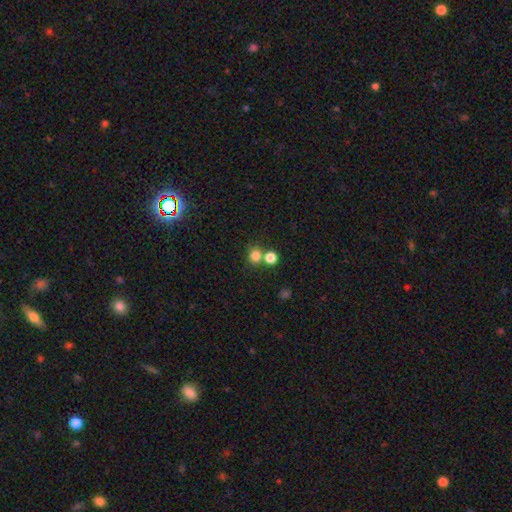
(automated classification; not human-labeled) smooth-or-featured: smooth: 79% | star or artifact: 15% | featured or disk: 6%
  how-rounded: round: 85% | in between: 14% | cigar-shaped: 1%
  merging: none: 60% | merger: 30% | minor disturbance: 7% | major disturbance: 3%